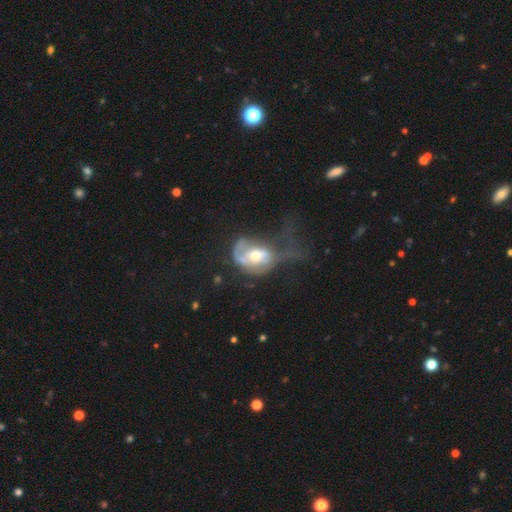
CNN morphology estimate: A featured or disk galaxy (63%) with no bar (61%), spiral arms (55%) and a moderate central bulge (68%).

Vote fractions:
- Smooth or featured? featured or disk: 63% / smooth: 29% / star or artifact: 7%
- Edge-on disk? no: 96% / yes: 4%
- Bar? no: 61% / weak: 30% / strong: 9%
- Spiral arms? yes: 55% / no: 45%
- Bulge size? moderate: 68% / small: 20% / large: 10% / none: 1% / dominant: 1%
- Merging? major disturbance: 60% / minor disturbance: 17% / none: 15% / merger: 8%